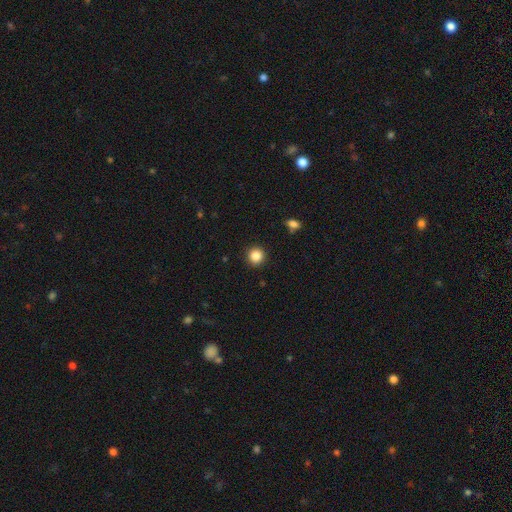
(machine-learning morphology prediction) This is clearly a smooth galaxy (86%). How rounded: clearly round (94%). Merging: clearly none (91%).